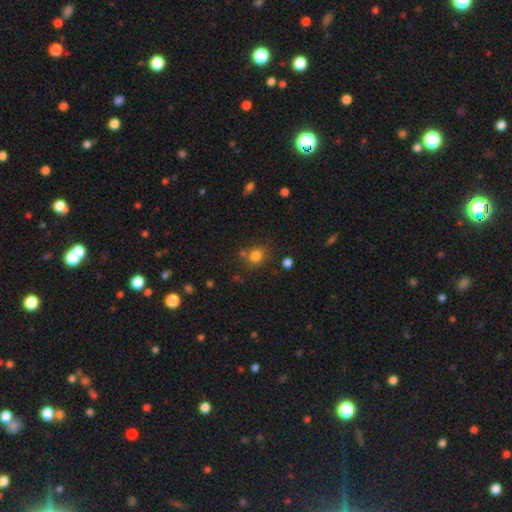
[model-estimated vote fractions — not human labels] The model was most divided on "how rounded": round: 74%, in between: 25%, cigar-shaped: 1%. More confident: smooth or featured — smooth (80%); merging — none (71%).